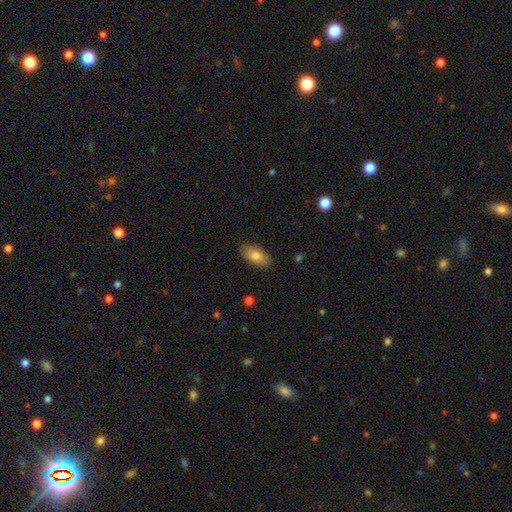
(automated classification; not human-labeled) smooth-or-featured: smooth: 78% | featured or disk: 16% | star or artifact: 7%
  how-rounded: in between: 92% | round: 4% | cigar-shaped: 4%
  merging: none: 86% | minor disturbance: 11% | major disturbance: 2% | merger: 1%